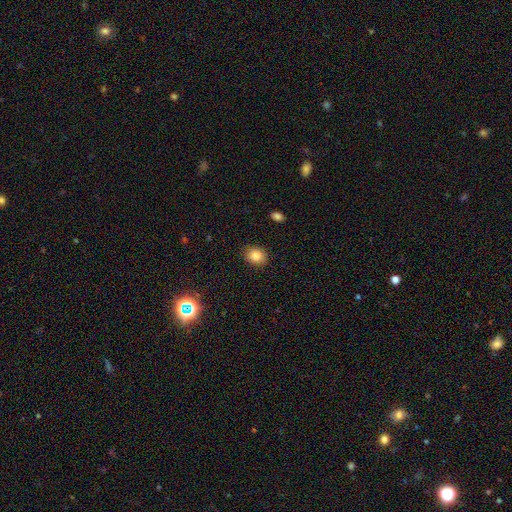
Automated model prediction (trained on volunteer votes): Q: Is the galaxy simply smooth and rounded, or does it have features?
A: smooth — 84%.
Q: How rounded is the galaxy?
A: round — 51%.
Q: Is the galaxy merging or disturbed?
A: none — 88%.